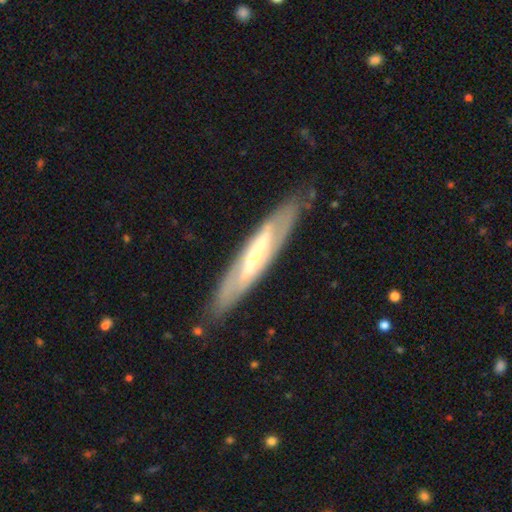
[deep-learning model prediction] This appears to be a featured or disk galaxy (69%) viewed edge-on (50%, tied with no). Merging: none (83%).